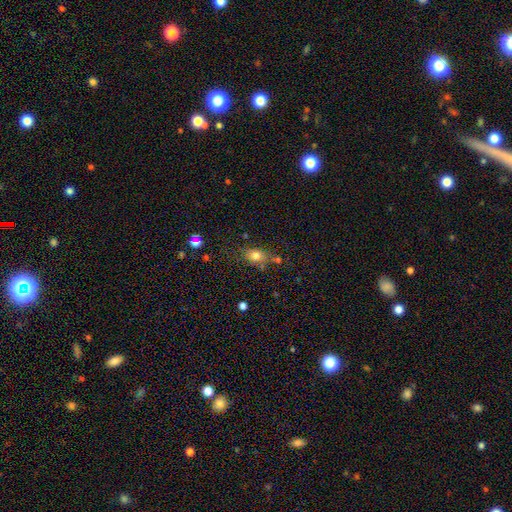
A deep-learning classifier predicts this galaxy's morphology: Overall: smooth (76%). How rounded: in between (61%; round 35%). Merging: none (63%).